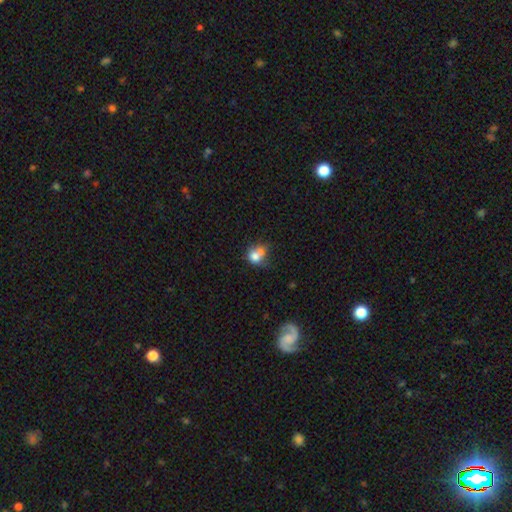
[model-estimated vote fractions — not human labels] A smooth galaxy with no disk features (71%) that is round (64%). Merging: merger (51%).